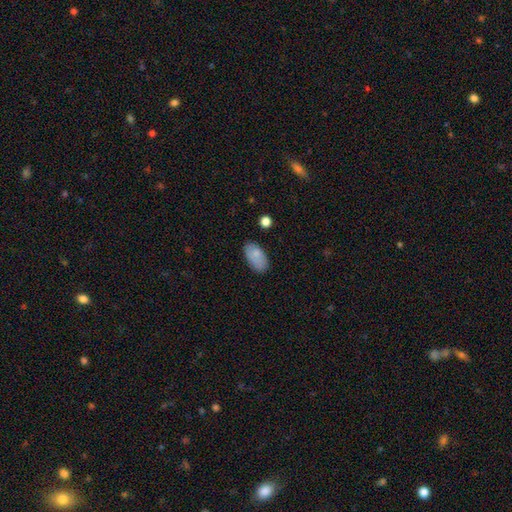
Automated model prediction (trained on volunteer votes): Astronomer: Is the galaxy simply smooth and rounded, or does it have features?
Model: smooth — 81%.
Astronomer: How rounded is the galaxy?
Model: in between — 94%.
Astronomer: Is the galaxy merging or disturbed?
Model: none — 79%.